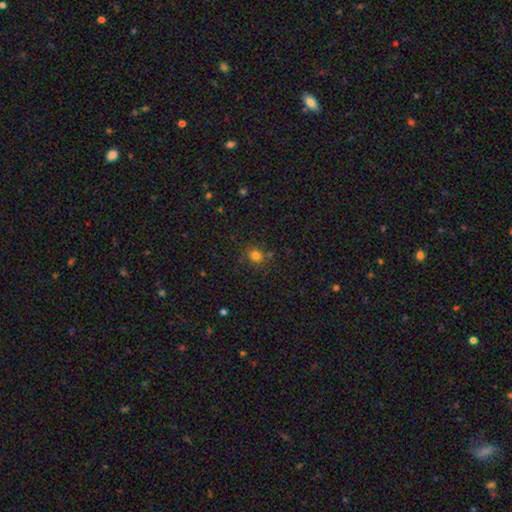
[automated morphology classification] This is likely a smooth galaxy (78%). How rounded: clearly round (82%). Merging: likely none (76%).